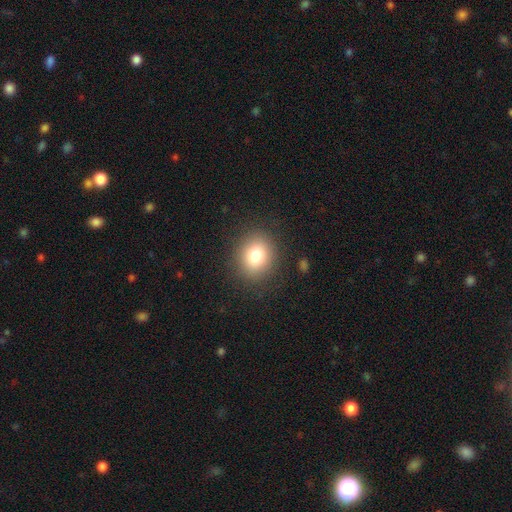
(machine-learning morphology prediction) This appears to be a smooth galaxy with no disk features (79%) that is round (71%). Merging: none (88%).